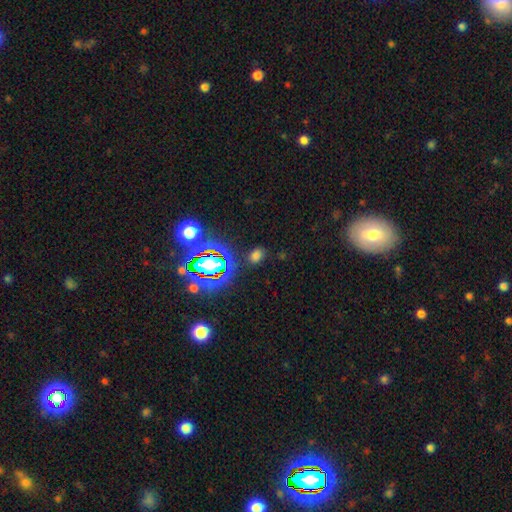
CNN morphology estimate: Smooth or featured: smooth — 60% (star or artifact — 33%)
How rounded: in between — 64% (round — 34%)
Merging: none — 82% (minor disturbance — 11%)